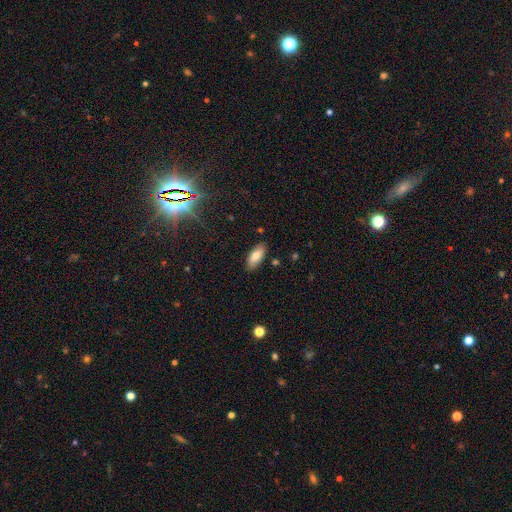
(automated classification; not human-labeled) smooth-or-featured: smooth: 77% | featured or disk: 15% | star or artifact: 8%
  how-rounded: in between: 86% | cigar-shaped: 12% | round: 2%
  merging: none: 86% | minor disturbance: 10% | major disturbance: 2% | merger: 2%